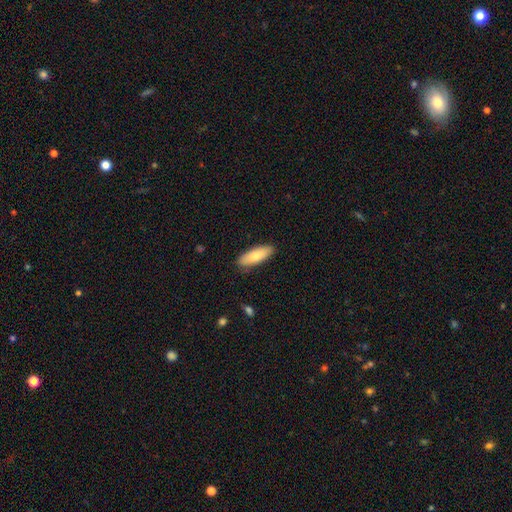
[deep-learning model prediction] smooth 77%, featured or disk 17%, star or artifact 6%. Down the decision tree: how rounded — in between (62%); merging — none (87%).